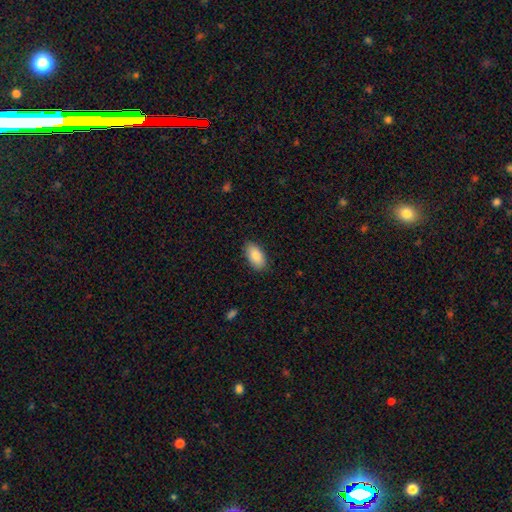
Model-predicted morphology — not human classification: The model was most divided on "merging": none: 87%, minor disturbance: 10%, major disturbance: 2%, merger: 1%. More confident: how rounded — in between (94%); smooth or featured — smooth (87%).